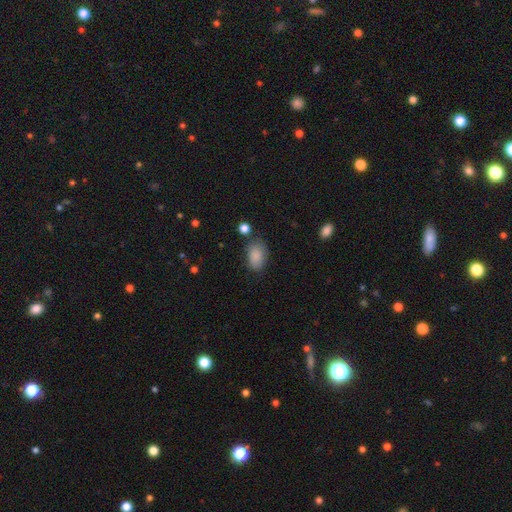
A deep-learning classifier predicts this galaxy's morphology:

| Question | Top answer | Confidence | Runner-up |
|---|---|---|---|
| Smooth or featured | smooth | 87% | star or artifact (8%) |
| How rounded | in between | 89% | round (10%) |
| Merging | none | 72% | minor disturbance (19%) |